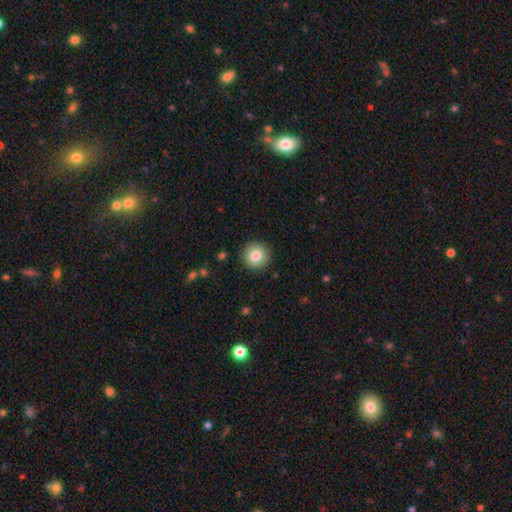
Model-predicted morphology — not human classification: smooth_or_featured: smooth (p=0.82) [alt: featured or disk p=0.09]
how_rounded: round (p=0.95) [alt: in between p=0.05]
merging: none (p=0.91) [alt: minor disturbance p=0.06]